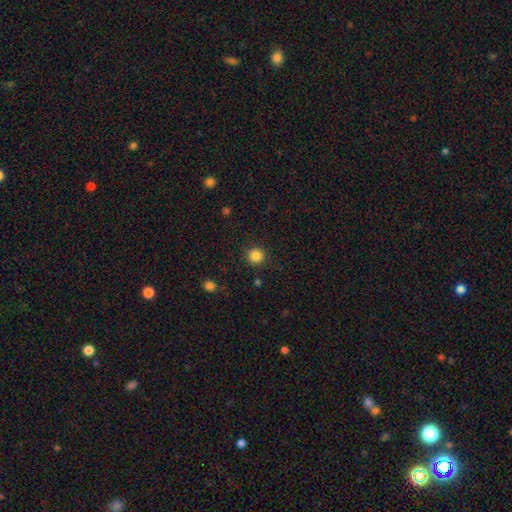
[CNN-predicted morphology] This appears to be a smooth galaxy with no disk features (85%) that is round (94%). Merging: none (89%).